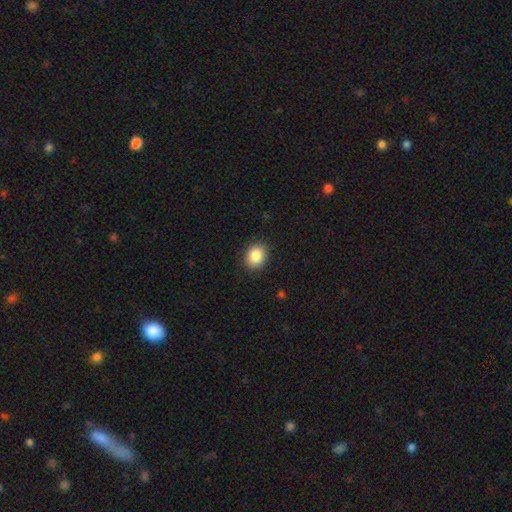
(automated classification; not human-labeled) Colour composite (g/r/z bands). It shows a smooth galaxy with no disk features (86%) that is round (50%). Merging: none (88%).